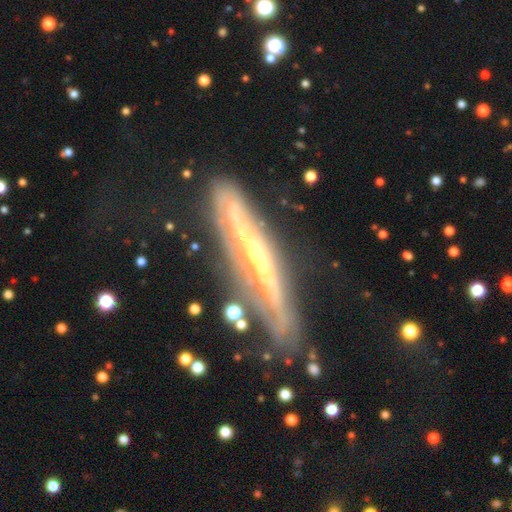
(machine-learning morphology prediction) smooth_or_featured: featured or disk (p=0.84) [alt: smooth p=0.10]
disk_edge_on: yes (p=0.69) [alt: no p=0.31]
edge_on_bulge: rounded (p=0.61) [alt: none p=0.34]
merging: none (p=0.71) [alt: minor disturbance p=0.19]